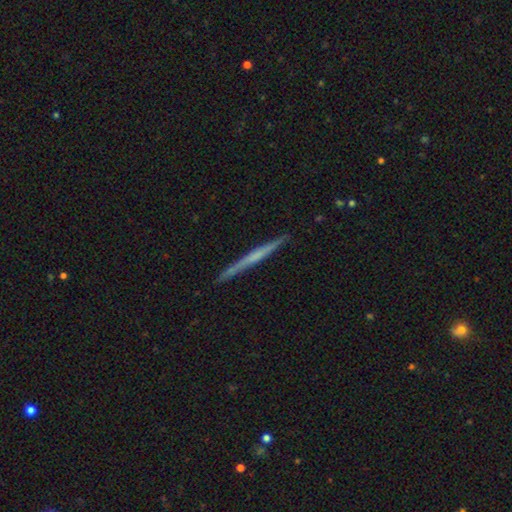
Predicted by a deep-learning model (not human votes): Q: Smooth or featured?
A: featured or disk (59%); runner-up: smooth (36%)
Q: Edge-on disk?
A: yes (98%); runner-up: no (2%)
Q: Edge-on bulge?
A: none (73%); runner-up: rounded (18%)
Q: Merging?
A: none (91%); runner-up: minor disturbance (6%)